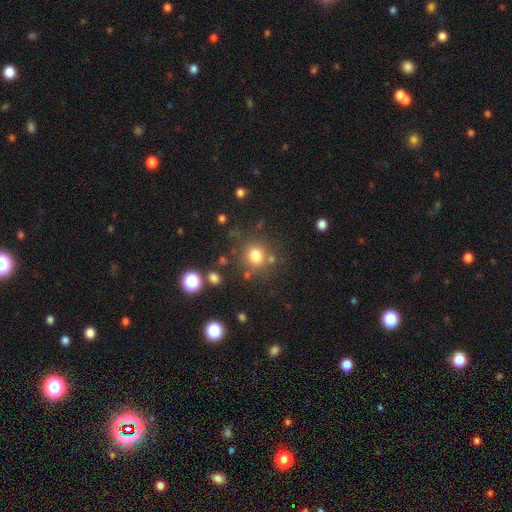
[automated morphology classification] The model was most divided on "smooth or featured": smooth: 77%, star or artifact: 15%, featured or disk: 8%. More confident: how rounded — round (86%); merging — none (76%).